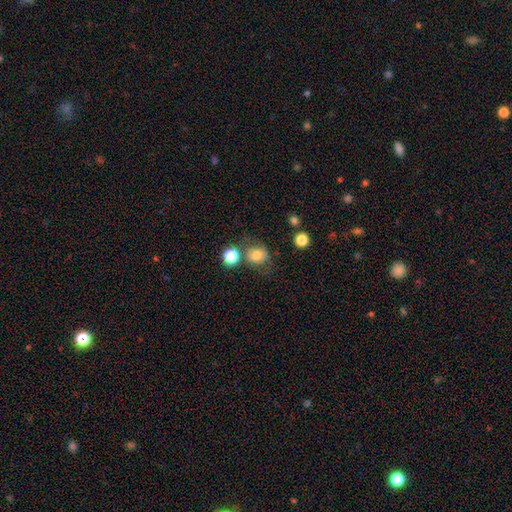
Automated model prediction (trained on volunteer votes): Smooth or featured? smooth (76%)
How rounded? round (71%)
Merging? none (61%)